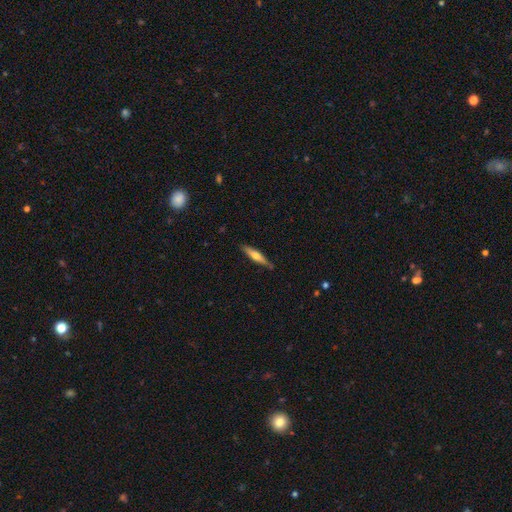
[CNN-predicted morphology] Overall: featured or disk (51%; smooth 44%). Edge-on disk: yes (93%). Merging: none (83%).